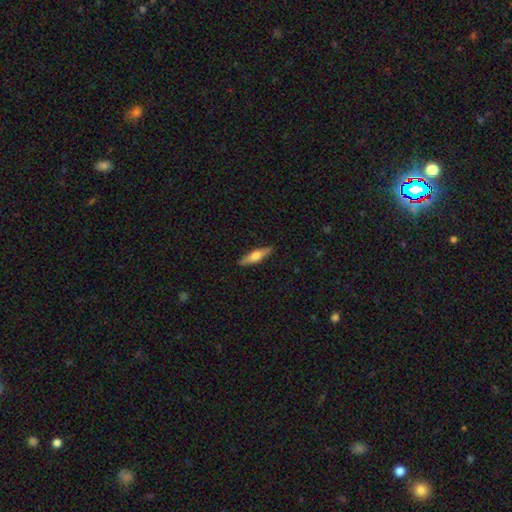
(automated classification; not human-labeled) Smooth or featured? smooth (48%)
Merging? none (89%)